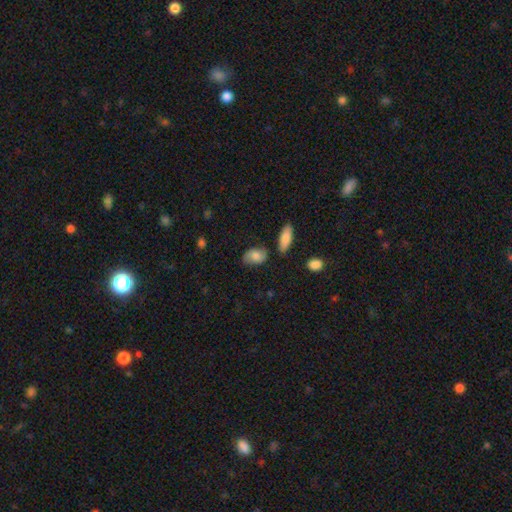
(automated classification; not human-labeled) This is likely a smooth galaxy (75%). How rounded: clearly in between (87%). Merging: likely none (72%).